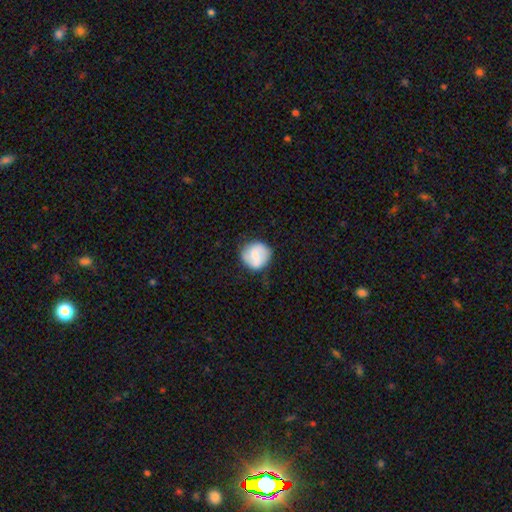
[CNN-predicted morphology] smooth 57%, featured or disk 37%, star or artifact 7%. Down the decision tree: how rounded — round (88%); merging — none (76%).